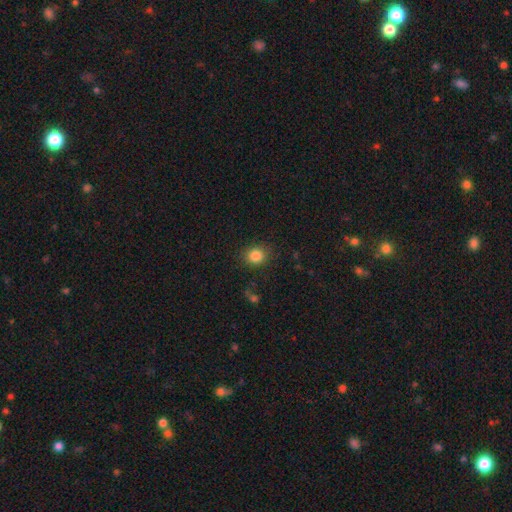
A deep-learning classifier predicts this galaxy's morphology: A smooth galaxy with no disk features (84%) that is round (76%).

Vote fractions:
- Smooth or featured? smooth: 84% / star or artifact: 11% / featured or disk: 5%
- How rounded? round: 76% / in between: 23% / cigar-shaped: 1%
- Merging? none: 86% / minor disturbance: 9% / major disturbance: 3% / merger: 1%